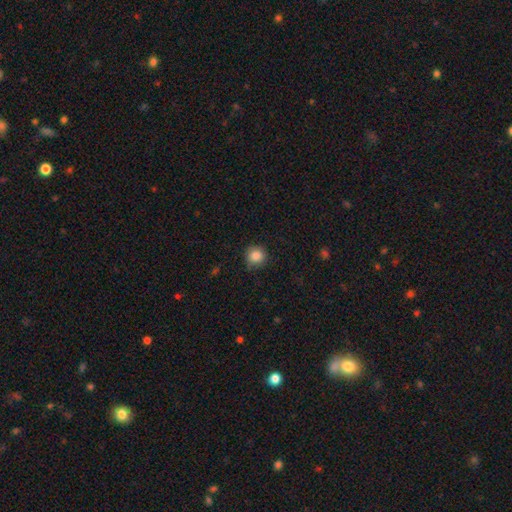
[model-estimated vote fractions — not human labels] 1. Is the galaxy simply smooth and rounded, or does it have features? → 86% smooth, 10% star or artifact, 4% featured or disk.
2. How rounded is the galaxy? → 92% round, 7% in between, 1% cigar-shaped.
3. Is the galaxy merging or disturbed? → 83% none, 13% minor disturbance, 3% major disturbance, 1% merger.